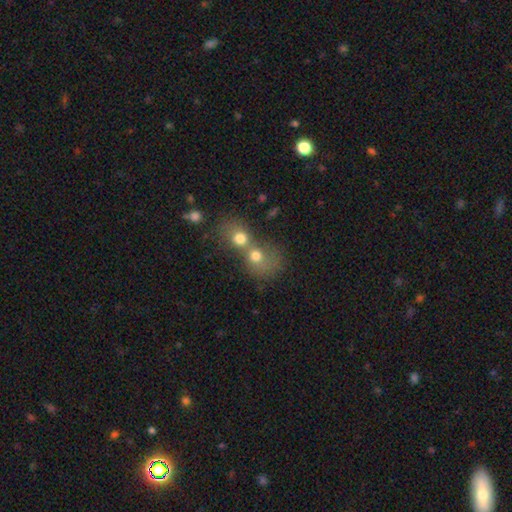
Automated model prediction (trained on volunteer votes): Smooth or featured?
  - smooth: 68% *
  - featured or disk: 19%
  - star or artifact: 13%
How rounded?
  - round: 70% *
  - in between: 28%
  - cigar-shaped: 2%
Merging?
  - merger: 73% *
  - none: 18%
  - major disturbance: 5%
  - minor disturbance: 5%